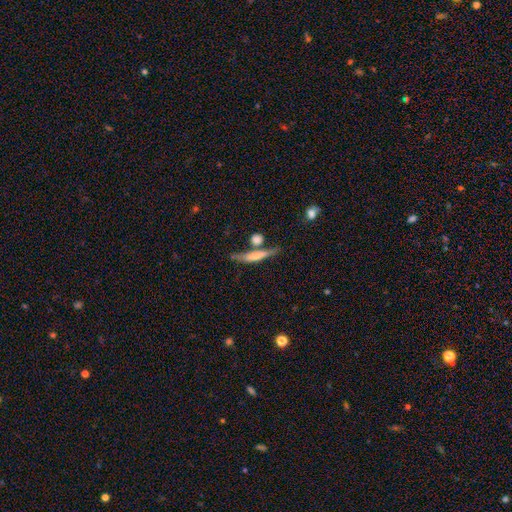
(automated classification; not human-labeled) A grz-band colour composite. It shows a smooth galaxy with no disk features (48%). Merging: none (58%).